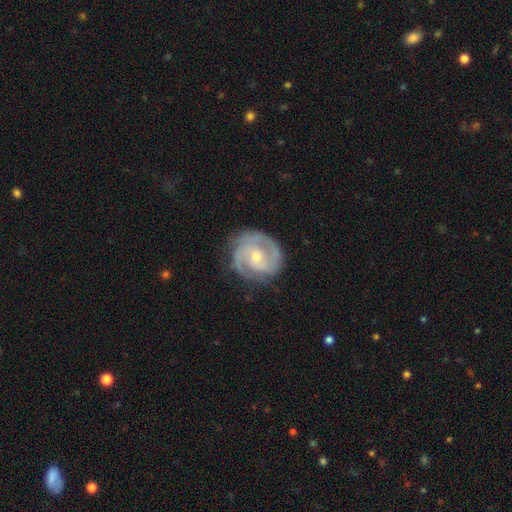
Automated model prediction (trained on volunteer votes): Smooth or featured? Predicted: featured or disk (p=0.86). Edge-on disk? Predicted: no (p=0.98). Bar? Predicted: no (p=0.59). Spiral arms? Predicted: yes (p=0.96). Spiral winding? Predicted: tight (p=0.55). Spiral arm count? Predicted: 2 (p=0.48). Bulge size? Predicted: small (p=0.56). Merging? Predicted: none (p=0.73).